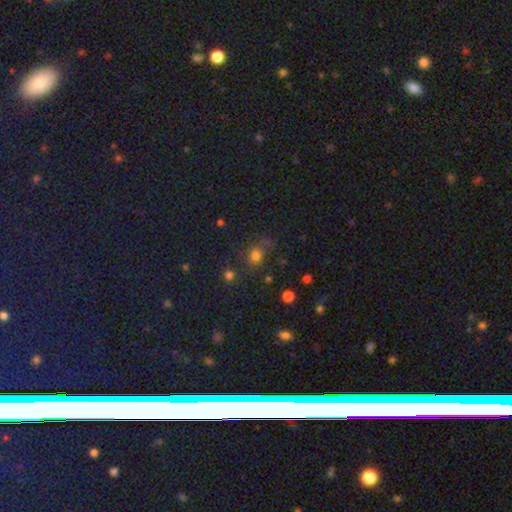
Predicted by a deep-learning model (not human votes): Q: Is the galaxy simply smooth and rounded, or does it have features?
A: smooth — 69%.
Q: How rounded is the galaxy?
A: round — 69%.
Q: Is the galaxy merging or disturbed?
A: none — 67%.